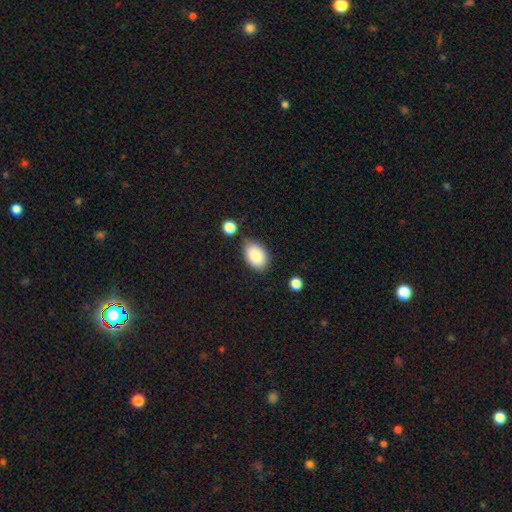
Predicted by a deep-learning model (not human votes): Smooth or featured? smooth (88%)
How rounded? in between (89%)
Merging? none (72%)